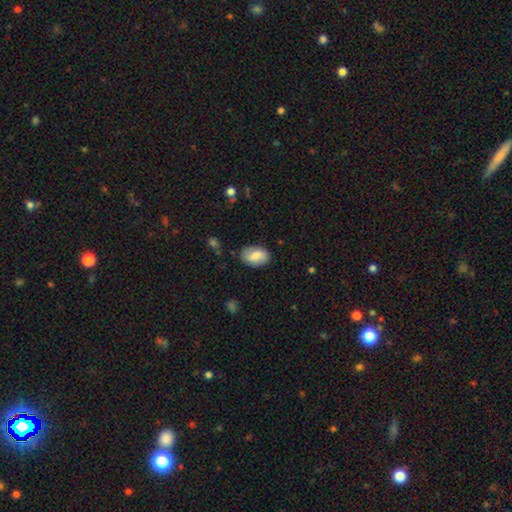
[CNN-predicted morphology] Smooth or featured?
  - smooth: 71% *
  - featured or disk: 22%
  - star or artifact: 7%
How rounded?
  - in between: 89% *
  - round: 10%
  - cigar-shaped: 1%
Merging?
  - none: 81% *
  - minor disturbance: 14%
  - major disturbance: 3%
  - merger: 1%